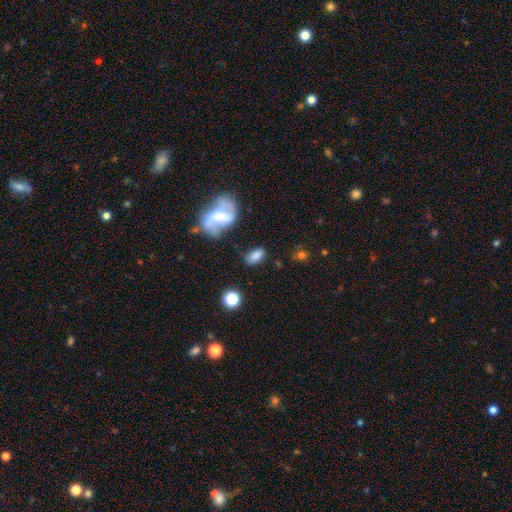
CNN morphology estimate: Smooth or featured? Predicted: smooth (p=0.73). How rounded? Predicted: in between (p=0.88). Merging? Predicted: none (p=0.69).